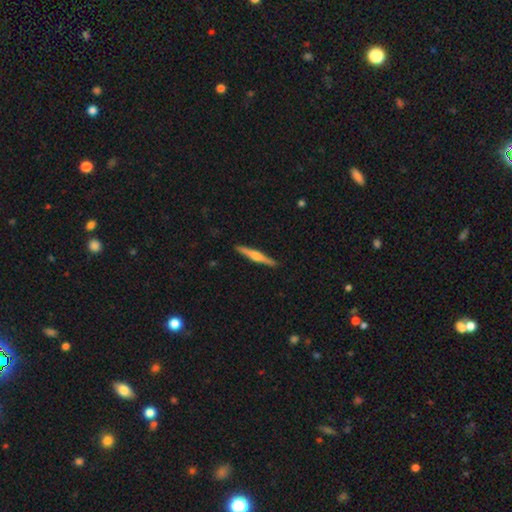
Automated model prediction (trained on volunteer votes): featured or disk 67%, smooth 28%, star or artifact 6%. Down the decision tree: edge-on disk — yes (98%); edge-on bulge — rounded (83%); merging — none (92%).